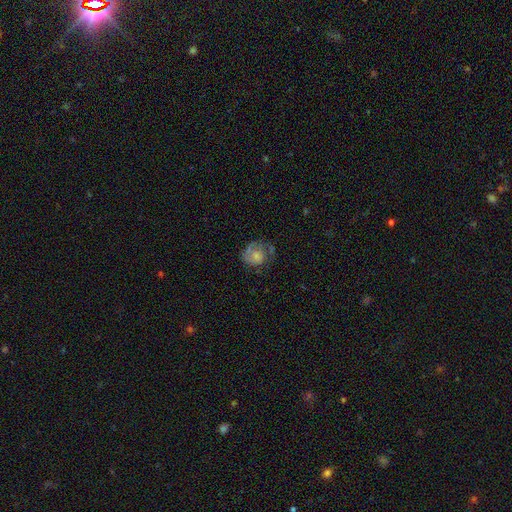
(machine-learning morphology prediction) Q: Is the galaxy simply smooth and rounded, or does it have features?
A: smooth — 48%.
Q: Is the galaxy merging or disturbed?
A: none — 46%.